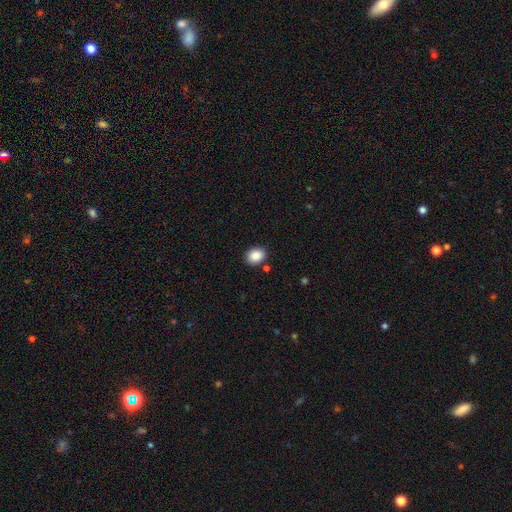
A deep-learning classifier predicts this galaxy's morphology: The model was most divided on "how rounded": in between: 51%, round: 48%, cigar-shaped: 1%. More confident: smooth or featured — smooth (88%); merging — none (85%).